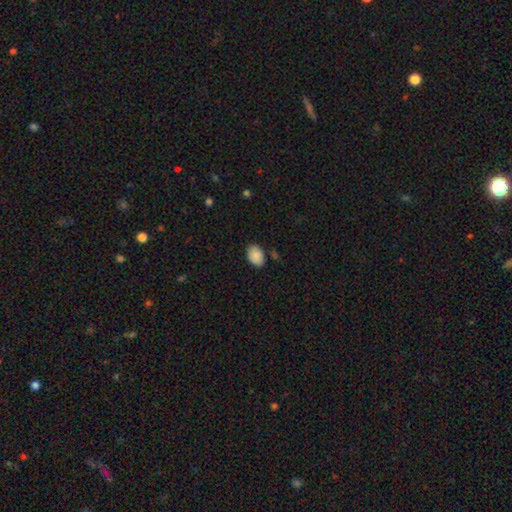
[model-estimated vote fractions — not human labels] A smooth galaxy with no disk features (89%) that is in between round and cigar-shaped (81%).

Vote fractions:
- Smooth or featured? smooth: 89% / star or artifact: 7% / featured or disk: 4%
- How rounded? in between: 81% / round: 18% / cigar-shaped: 1%
- Merging? none: 80% / minor disturbance: 14% / major disturbance: 3% / merger: 3%